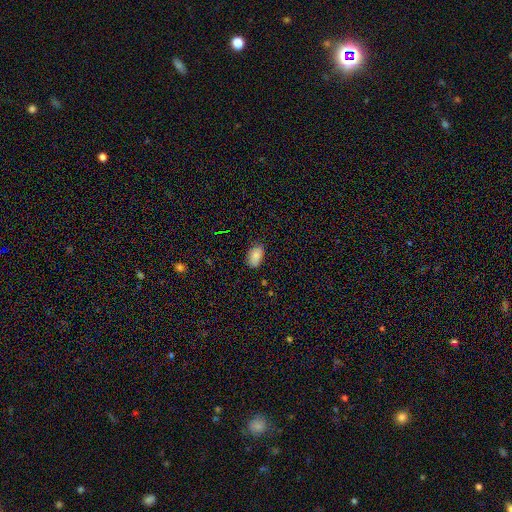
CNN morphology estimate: Smooth or featured: smooth — 85% (star or artifact — 9%)
How rounded: in between — 92% (round — 7%)
Merging: none — 77% (minor disturbance — 18%)